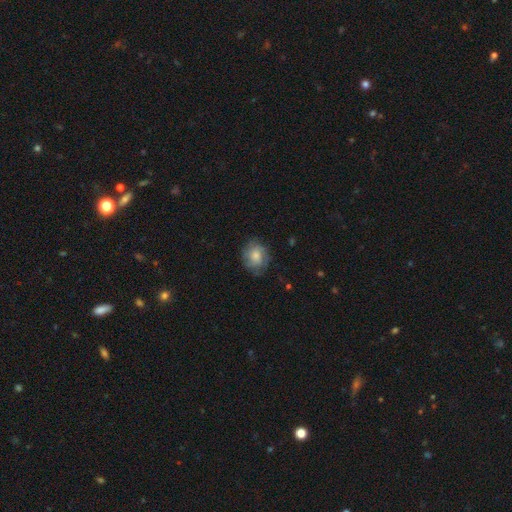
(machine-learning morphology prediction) A smooth galaxy with no disk features (55%) that is round (67%).

Vote fractions:
- Smooth or featured? smooth: 55% / featured or disk: 37% / star or artifact: 8%
- How rounded? round: 67% / in between: 32% / cigar-shaped: 1%
- Merging? none: 72% / minor disturbance: 20% / major disturbance: 8% / merger: 1%